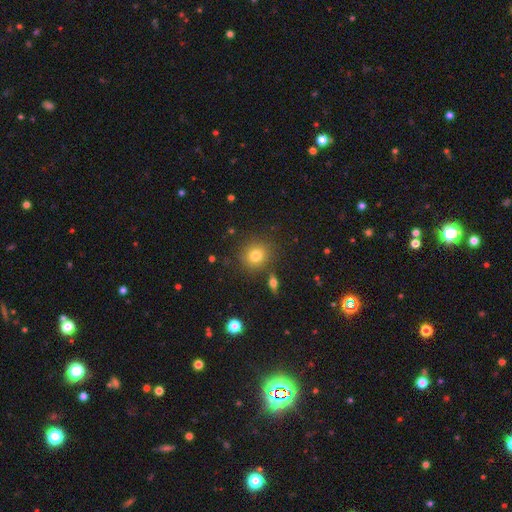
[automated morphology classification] smooth_or_featured: smooth (p=0.78) [alt: star or artifact p=0.13]
how_rounded: round (p=0.83) [alt: in between p=0.16]
merging: none (p=0.82) [alt: minor disturbance p=0.09]